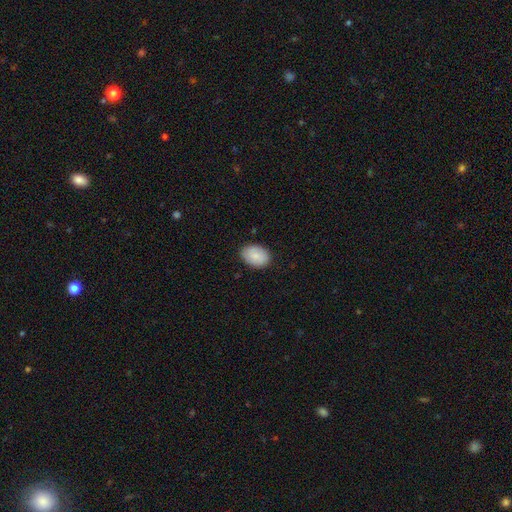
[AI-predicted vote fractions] Overall: smooth (84%). How rounded: in between (83%). Merging: none (86%).